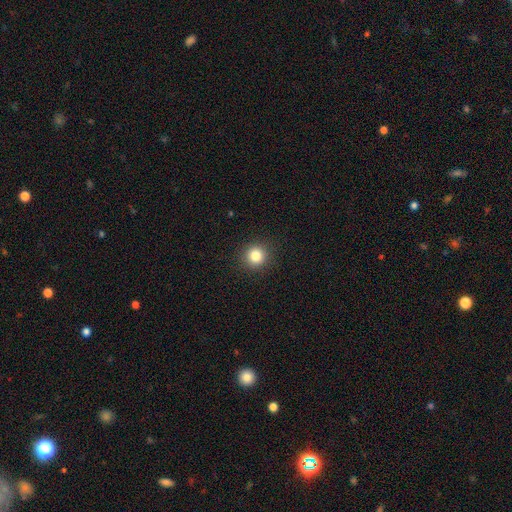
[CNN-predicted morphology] A smooth galaxy with no disk features (83%) that is round (92%). Merging: none (92%).